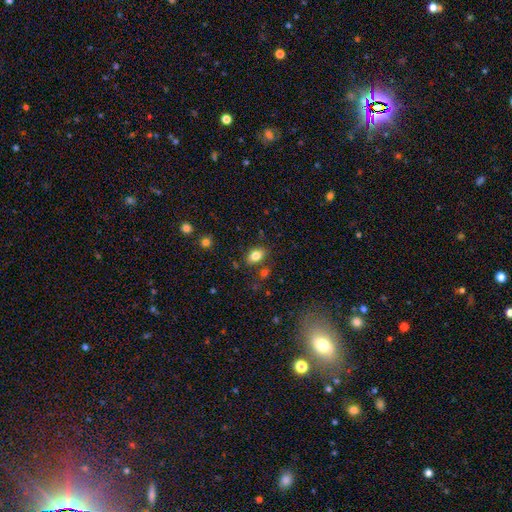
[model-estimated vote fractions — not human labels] Overall: smooth (82%). How rounded: in between (82%). Merging: none (78%).